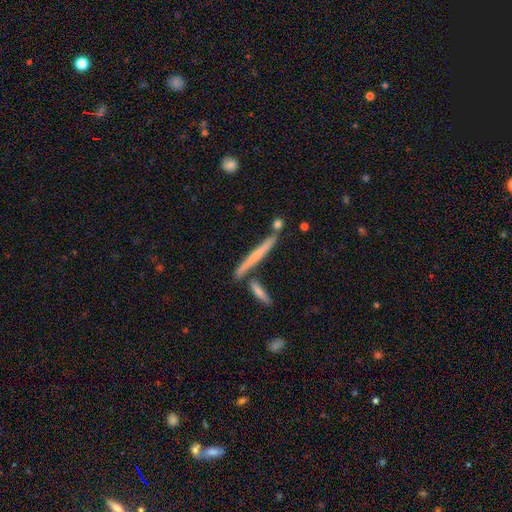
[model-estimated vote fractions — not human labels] featured or disk 49%, smooth 44%, star or artifact 7%. Down the decision tree: merging — none (78%).